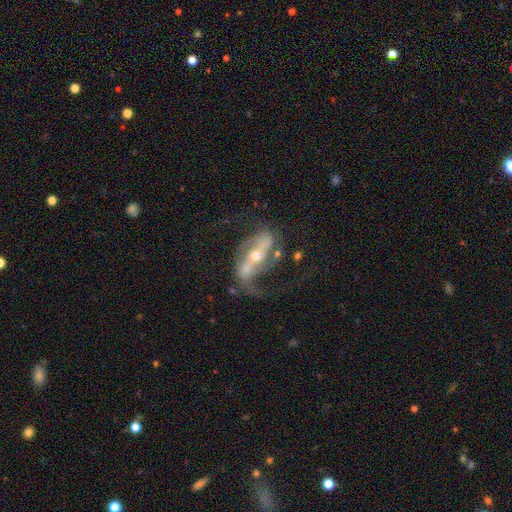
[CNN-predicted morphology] The model was most divided on "bulge size": small: 49%, moderate: 46%, large: 2%, none: 1%, dominant: 1%. More confident: spiral arms — yes (93%); edge-on disk — no (92%); spiral arm count — 2 (88%); smooth or featured — featured or disk (87%); bar — strong (61%); merging — none (56%); spiral winding — loose (53%).